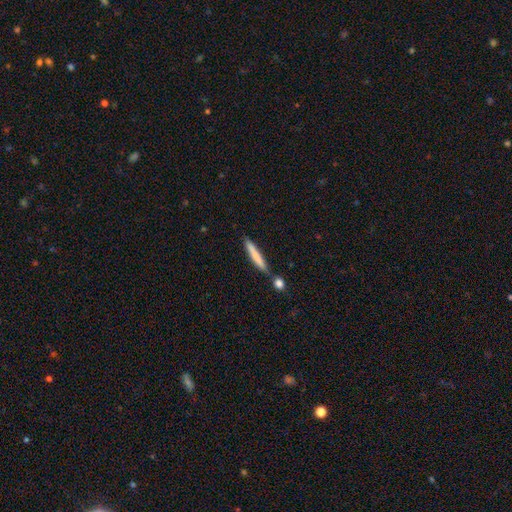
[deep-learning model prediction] smooth_or_featured: smooth (p=0.73) [alt: featured or disk p=0.21]
how_rounded: cigar-shaped (p=0.94) [alt: in between p=0.05]
merging: none (p=0.70) [alt: merger p=0.13]